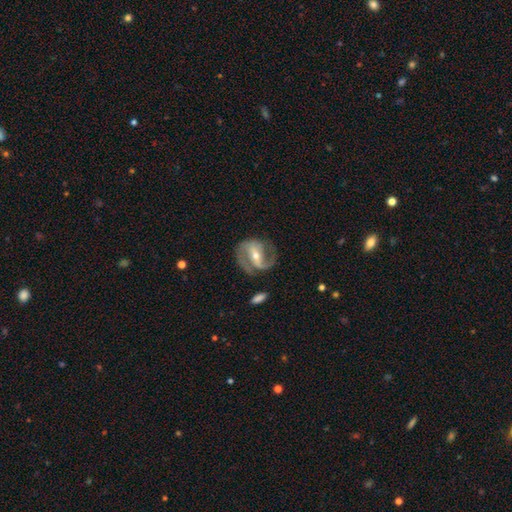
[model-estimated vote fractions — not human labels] Overall: featured or disk (86%). Edge-on disk: no (97%). Bar: strong (51%; weak 33%). Spiral arms: yes (94%). Spiral arm count: 2 (84%). Spiral winding: medium (53%; tight 26%). Bulge size: moderate (53%; small 42%). Merging: none (71%).